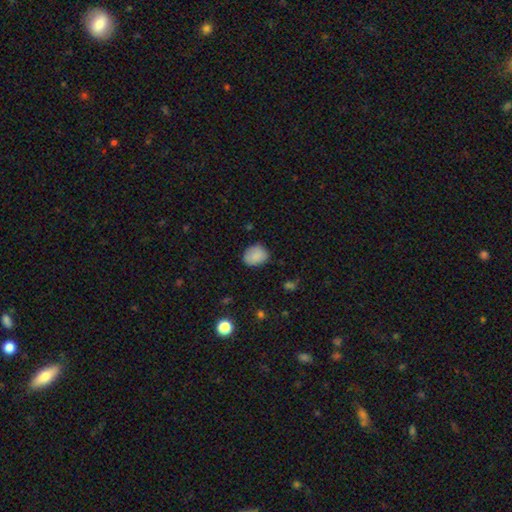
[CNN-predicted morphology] A smooth galaxy with no disk features (86%) that is in between round and cigar-shaped (55%).

Vote fractions:
- Smooth or featured? smooth: 86% / star or artifact: 8% / featured or disk: 5%
- How rounded? in between: 55% / round: 44% / cigar-shaped: 1%
- Merging? none: 78% / minor disturbance: 18% / major disturbance: 3% / merger: 1%